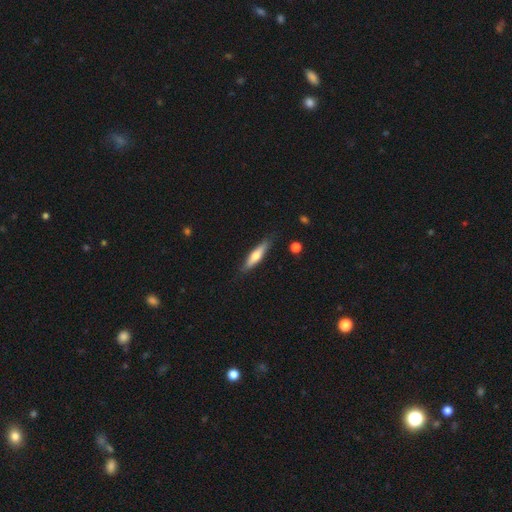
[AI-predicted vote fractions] Overall: smooth (57%; featured or disk 37%). How rounded: cigar-shaped (77%). Merging: none (85%).